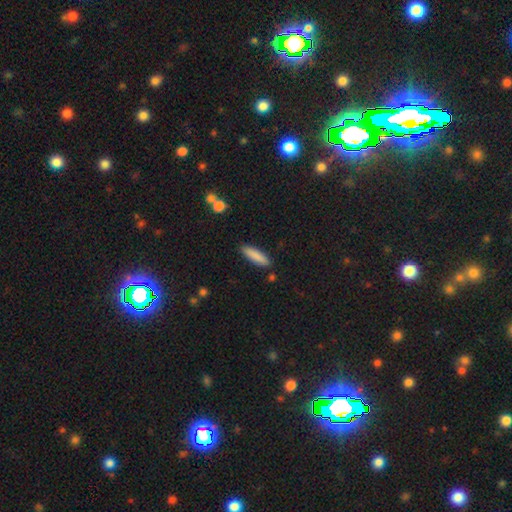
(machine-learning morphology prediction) This is clearly a smooth galaxy (86%). How rounded: likely cigar-shaped (66%). Merging: clearly none (87%).